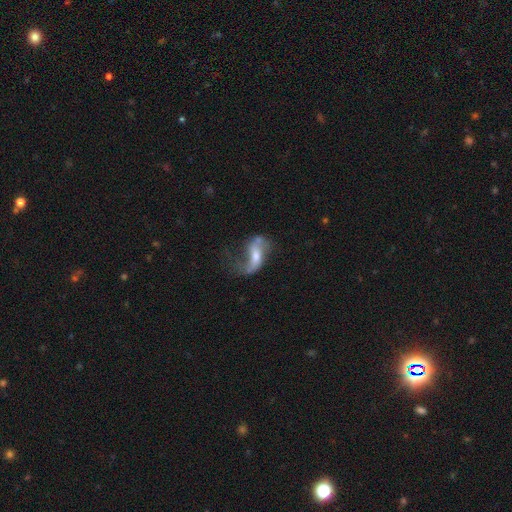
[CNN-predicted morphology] This is likely a featured or disk galaxy (71%). It is clearly not viewed edge-on (91%). Bar: marginally weak (38%). Spiral arm pattern: clearly yes (83%). Spiral arm count: likely 2 (75%). Spiral winding: clearly loose (82%). Central bulge: possibly moderate (53%). Merging: marginally none (39%).